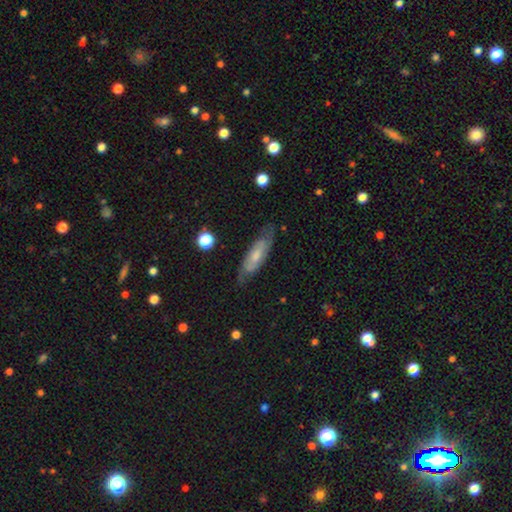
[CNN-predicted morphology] Overall: featured or disk (55%; smooth 38%). Edge-on disk: no (71%). Merging: none (76%).